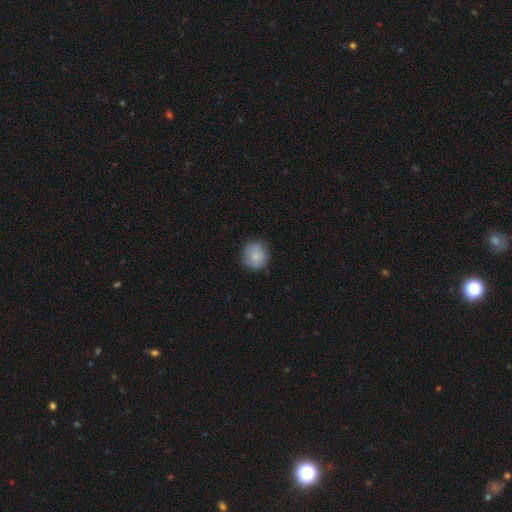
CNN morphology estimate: The model was most divided on "smooth or featured": smooth: 75%, featured or disk: 18%, star or artifact: 8%. More confident: how rounded — round (88%); merging — none (76%).